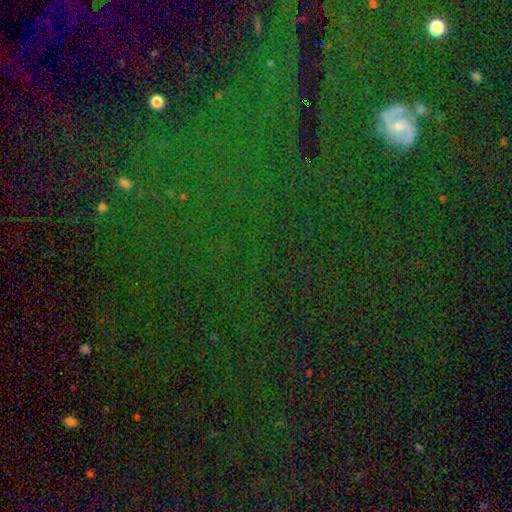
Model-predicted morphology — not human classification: This appears to be a star or artifact, not a galaxy (77%).